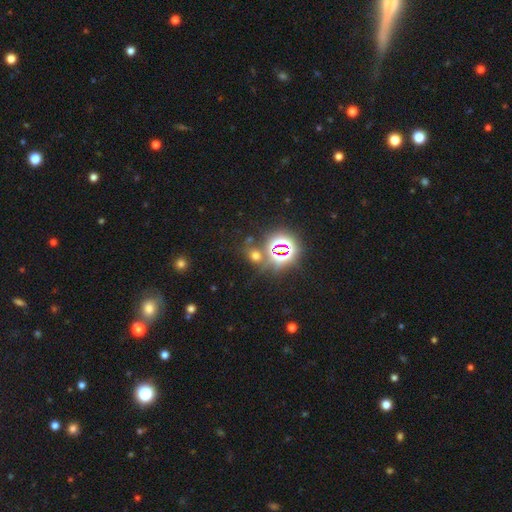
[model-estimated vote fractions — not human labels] The model was most divided on "smooth or featured": star or artifact: 48%, smooth: 44%, featured or disk: 8%.